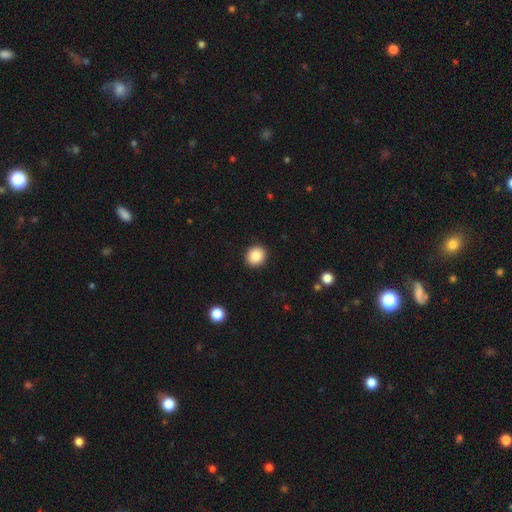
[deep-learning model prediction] The model was most divided on "how rounded": round: 77%, in between: 22%, cigar-shaped: 1%. More confident: merging — none (91%); smooth or featured — smooth (87%).